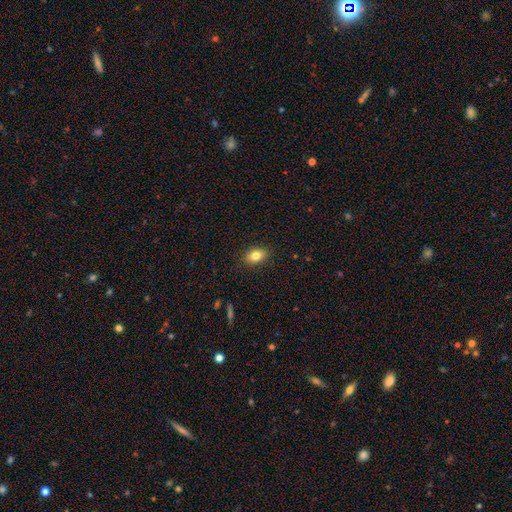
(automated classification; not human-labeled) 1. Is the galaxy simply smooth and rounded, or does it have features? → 82% smooth, 9% featured or disk, 9% star or artifact.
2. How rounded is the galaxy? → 84% in between, 14% round, 2% cigar-shaped.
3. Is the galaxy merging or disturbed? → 88% none, 9% minor disturbance, 2% major disturbance, 1% merger.